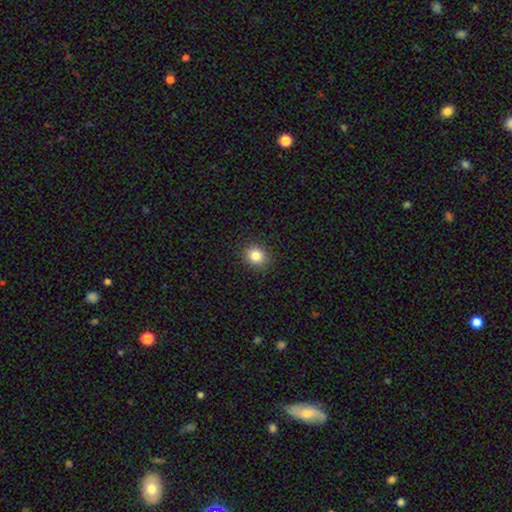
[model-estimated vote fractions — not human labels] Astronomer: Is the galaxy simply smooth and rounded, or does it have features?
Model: smooth — 84%.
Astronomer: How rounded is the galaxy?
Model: round — 73%.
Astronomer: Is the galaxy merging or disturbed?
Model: none — 90%.